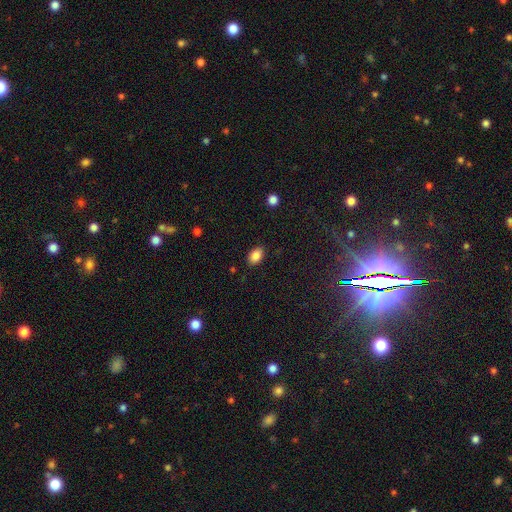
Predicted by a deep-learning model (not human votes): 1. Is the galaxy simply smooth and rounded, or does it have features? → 85% smooth, 9% star or artifact, 6% featured or disk.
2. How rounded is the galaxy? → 85% in between, 14% round, 1% cigar-shaped.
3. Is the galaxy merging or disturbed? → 86% none, 10% minor disturbance, 2% major disturbance, 1% merger.